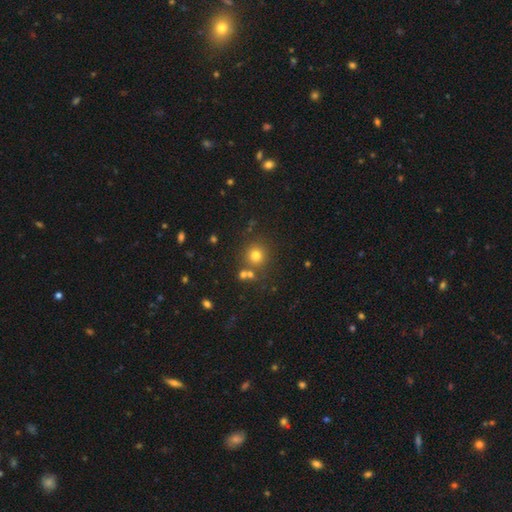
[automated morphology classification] smooth-or-featured: smooth: 75% | star or artifact: 17% | featured or disk: 8%
  how-rounded: round: 92% | in between: 7% | cigar-shaped: 1%
  merging: none: 76% | merger: 12% | minor disturbance: 8% | major disturbance: 3%